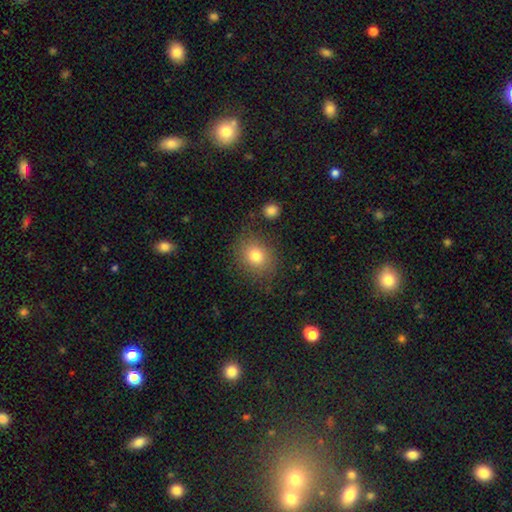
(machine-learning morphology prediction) smooth 78%, star or artifact 11%, featured or disk 11%. Down the decision tree: how rounded — round (62%); merging — none (79%).